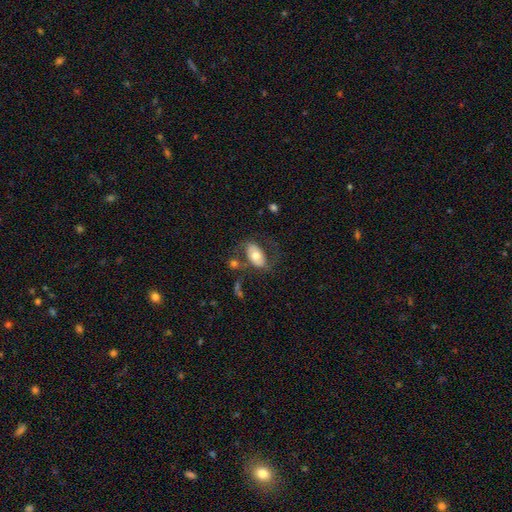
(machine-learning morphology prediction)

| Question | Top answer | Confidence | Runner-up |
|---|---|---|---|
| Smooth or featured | smooth | 54% | featured or disk (39%) |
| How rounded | in between | 92% | round (7%) |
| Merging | none | 56% | minor disturbance (18%) |